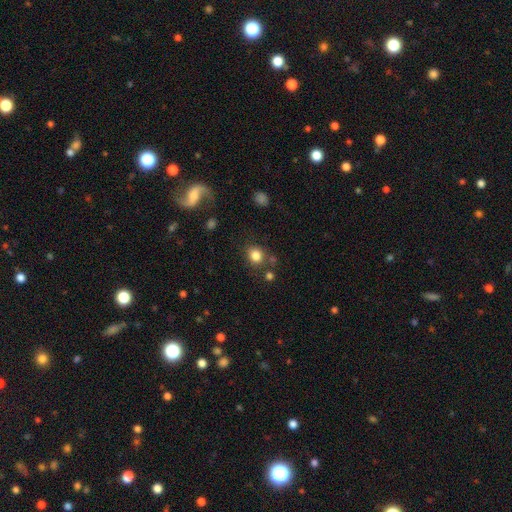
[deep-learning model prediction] Smooth or featured: smooth — 82% (star or artifact — 12%)
How rounded: round — 79% (in between — 20%)
Merging: none — 75% (minor disturbance — 12%)